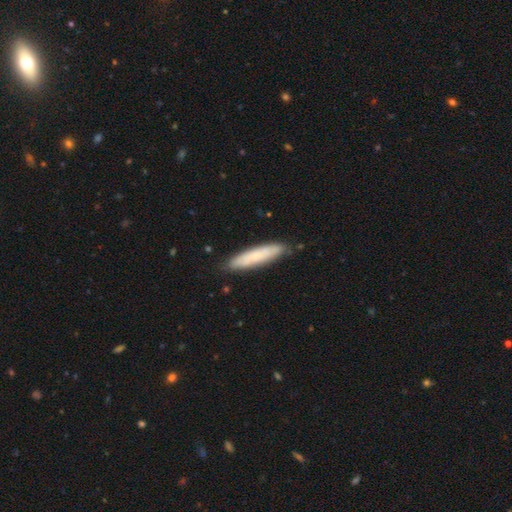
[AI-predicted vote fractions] This is likely a smooth galaxy (69%). How rounded: clearly cigar-shaped (87%). Merging: clearly none (85%).